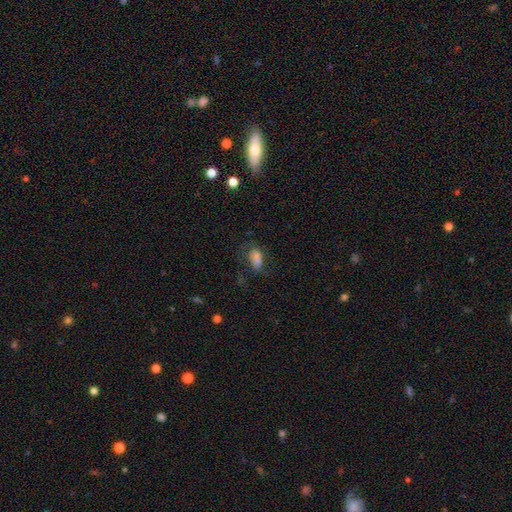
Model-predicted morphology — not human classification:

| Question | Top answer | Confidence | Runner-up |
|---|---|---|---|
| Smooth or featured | smooth | 67% | featured or disk (18%) |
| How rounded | in between | 87% | round (7%) |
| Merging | none | 45% | minor disturbance (25%) |